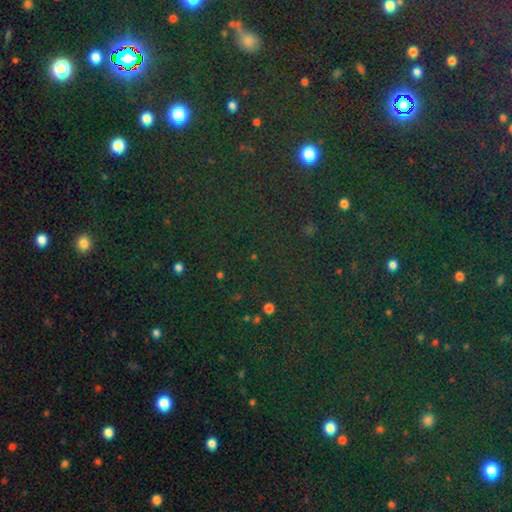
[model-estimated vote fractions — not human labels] Smooth or featured? star or artifact (79%)